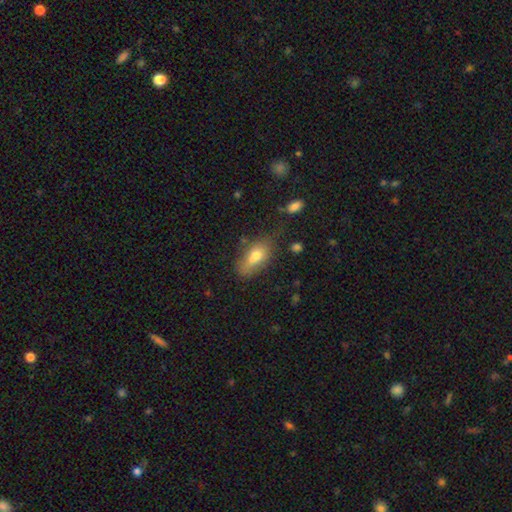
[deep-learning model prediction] Smooth or featured: smooth — 70% (featured or disk — 20%)
How rounded: in between — 82% (cigar-shaped — 11%)
Merging: none — 53% (minor disturbance — 26%)